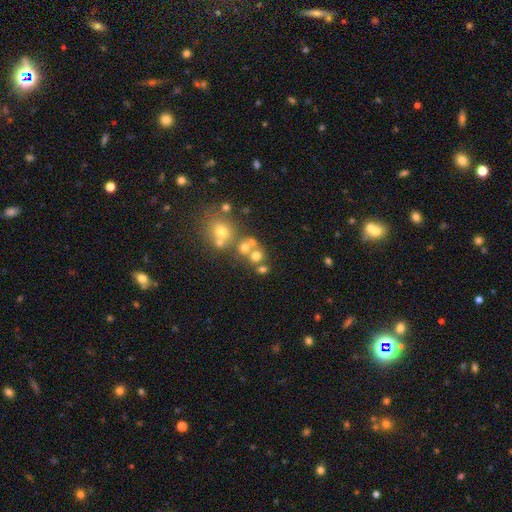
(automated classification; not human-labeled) A smooth galaxy with no disk features (59%) that is round (76%). Merging: merger (43%, tied with none).